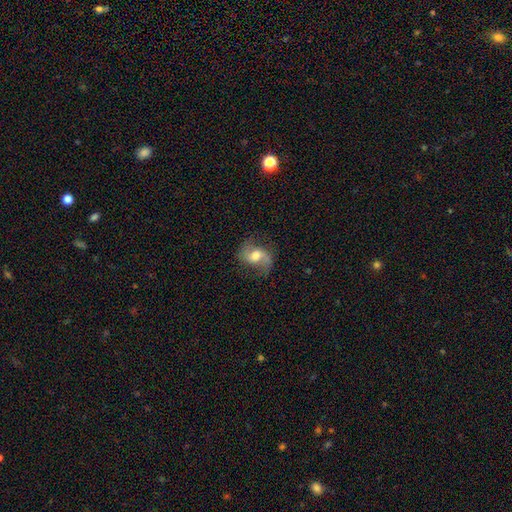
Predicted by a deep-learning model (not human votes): The model was most divided on "bar": weak: 44%, no: 42%, strong: 13%. More confident: edge-on disk — no (96%); spiral arms — yes (93%); spiral arm count — 2 (89%); smooth or featured — featured or disk (72%); merging — none (69%); bulge size — moderate (57%); spiral winding — loose (55%).